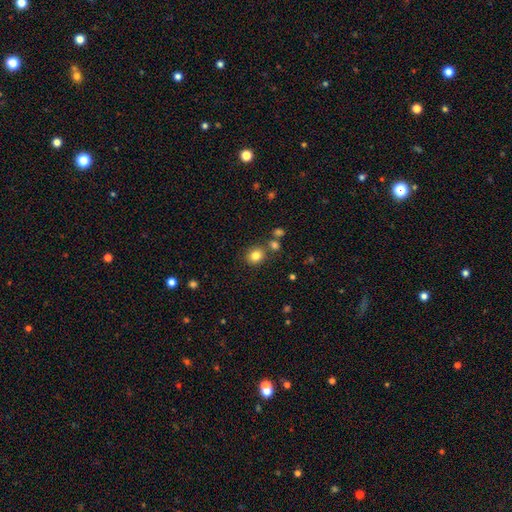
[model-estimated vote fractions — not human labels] A smooth galaxy with no disk features (83%) that is round (74%).

Vote fractions:
- Smooth or featured? smooth: 83% / star or artifact: 11% / featured or disk: 6%
- How rounded? round: 74% / in between: 25% / cigar-shaped: 1%
- Merging? none: 78% / merger: 9% / minor disturbance: 9% / major disturbance: 3%